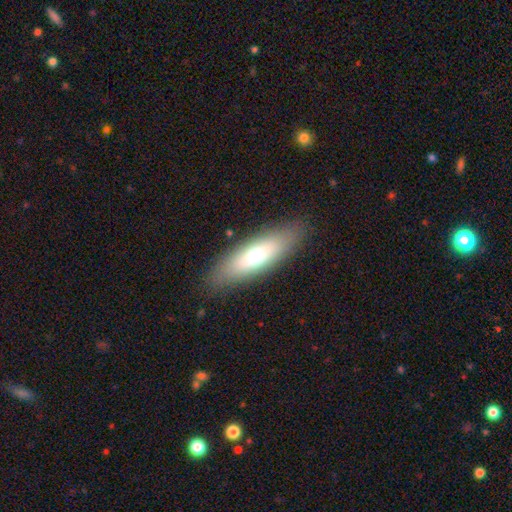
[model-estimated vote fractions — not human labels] This appears to be a smooth galaxy with no disk features (62%) that is in between round and cigar-shaped (53%). Merging: none (87%).